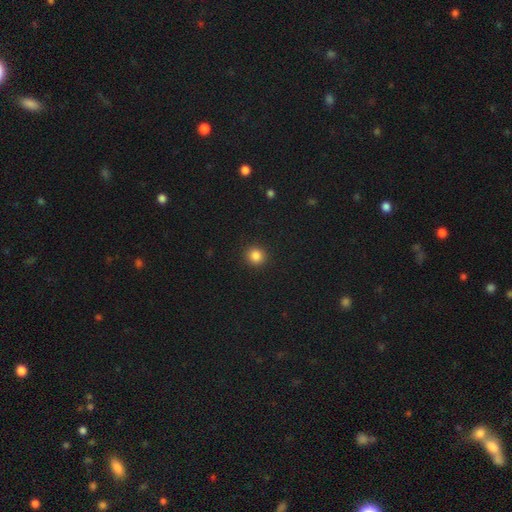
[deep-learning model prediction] Smooth or featured? Predicted: smooth (p=0.85). How rounded? Predicted: round (p=0.91). Merging? Predicted: none (p=0.92).